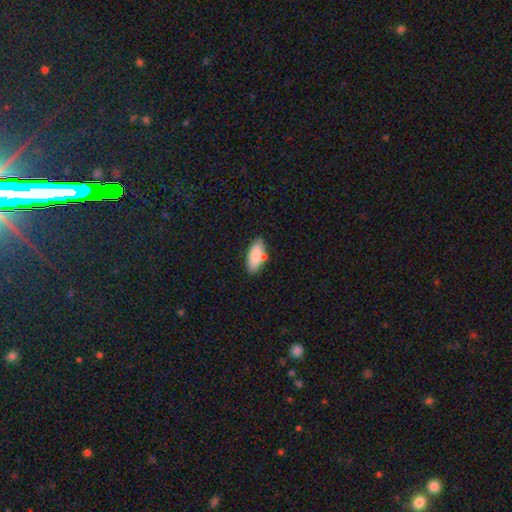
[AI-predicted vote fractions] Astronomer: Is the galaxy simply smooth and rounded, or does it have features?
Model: smooth — 82%.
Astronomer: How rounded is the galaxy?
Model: in between — 81%.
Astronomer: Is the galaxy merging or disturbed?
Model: none — 70%.